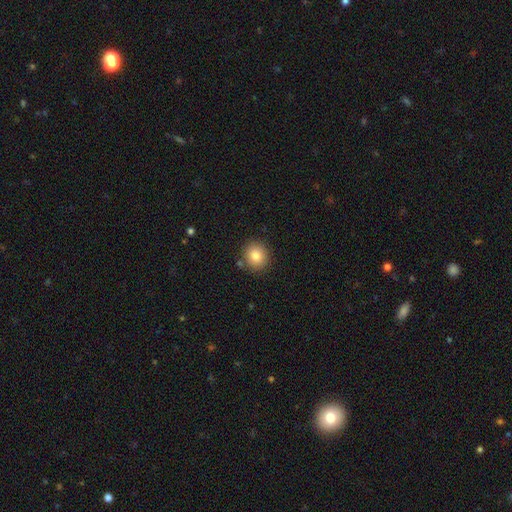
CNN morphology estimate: smooth 82%, star or artifact 10%, featured or disk 8%. Down the decision tree: how rounded — round (88%); merging — none (87%).